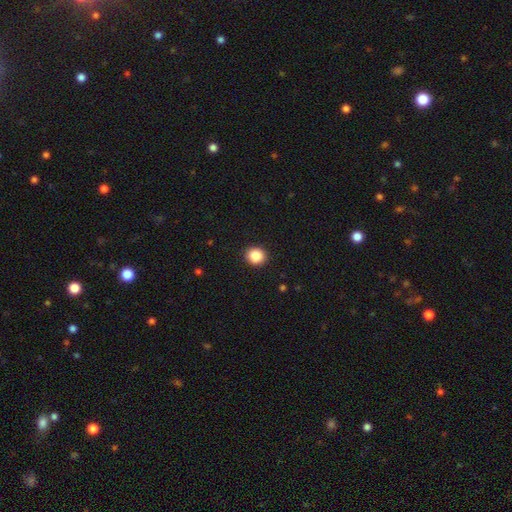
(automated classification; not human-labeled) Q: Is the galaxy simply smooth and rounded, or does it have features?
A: smooth — 87%.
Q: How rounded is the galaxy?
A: round — 85%.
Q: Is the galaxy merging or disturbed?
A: none — 92%.